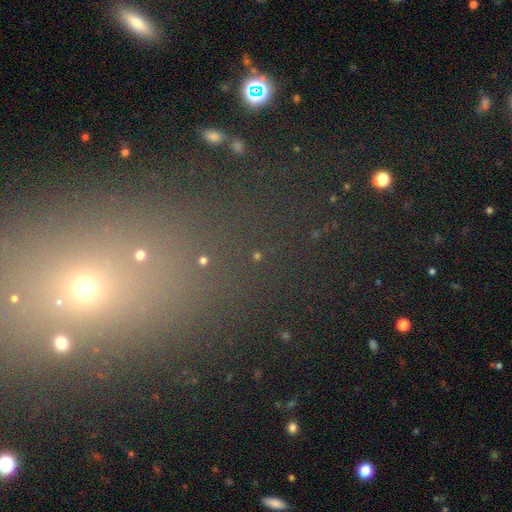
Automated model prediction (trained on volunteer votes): smooth_or_featured: star or artifact (p=0.56) [alt: smooth p=0.31]